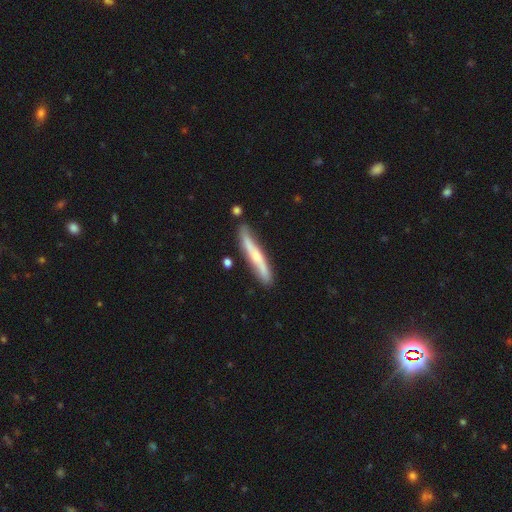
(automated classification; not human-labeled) Overall: featured or disk (61%; smooth 34%). Edge-on disk: yes (81%). Merging: none (81%).